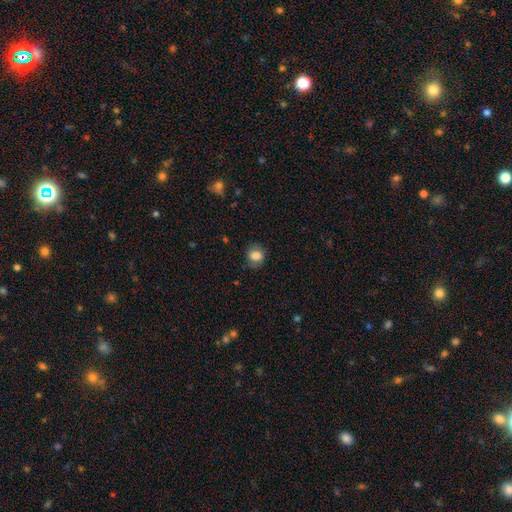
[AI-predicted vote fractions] Overall: smooth (80%). How rounded: round (61%; in between 38%). Merging: none (77%).